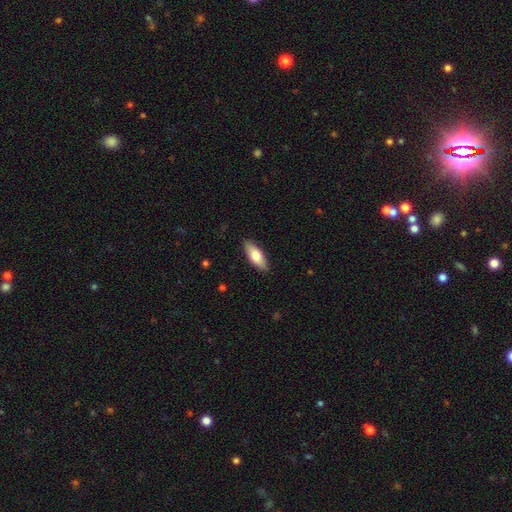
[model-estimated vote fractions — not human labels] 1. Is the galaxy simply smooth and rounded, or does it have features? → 74% smooth, 21% featured or disk, 6% star or artifact.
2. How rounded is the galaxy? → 71% in between, 27% cigar-shaped, 2% round.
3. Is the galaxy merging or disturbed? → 88% none, 9% minor disturbance, 2% major disturbance, 1% merger.